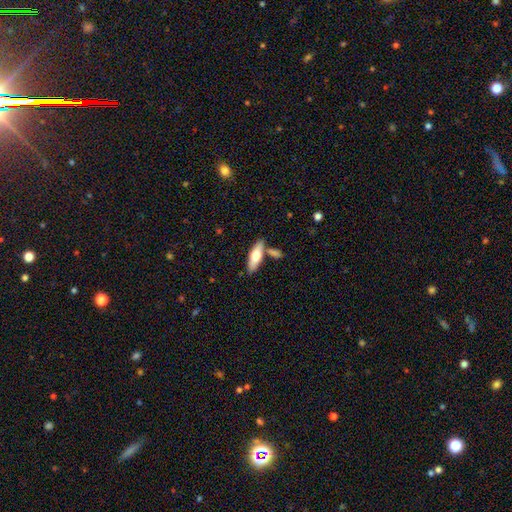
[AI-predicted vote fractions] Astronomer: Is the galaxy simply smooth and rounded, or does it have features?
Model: smooth — 62%.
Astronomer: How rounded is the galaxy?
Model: in between — 52% (runner-up: cigar-shaped, 46%).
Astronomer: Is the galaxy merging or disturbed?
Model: none — 70%.